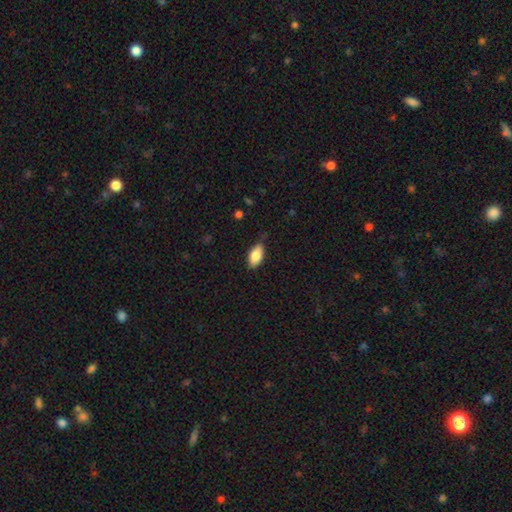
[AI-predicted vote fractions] smooth-or-featured: smooth: 84% | featured or disk: 9% | star or artifact: 7%
  how-rounded: in between: 92% | cigar-shaped: 5% | round: 4%
  merging: none: 74% | minor disturbance: 22% | major disturbance: 3% | merger: 1%